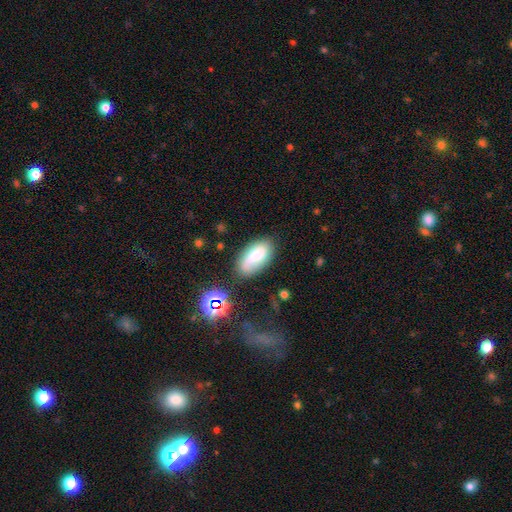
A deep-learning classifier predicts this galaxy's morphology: smooth-or-featured: smooth: 68% | featured or disk: 21% | star or artifact: 11%
  how-rounded: in between: 91% | cigar-shaped: 6% | round: 3%
  merging: none: 69% | minor disturbance: 20% | major disturbance: 6% | merger: 5%